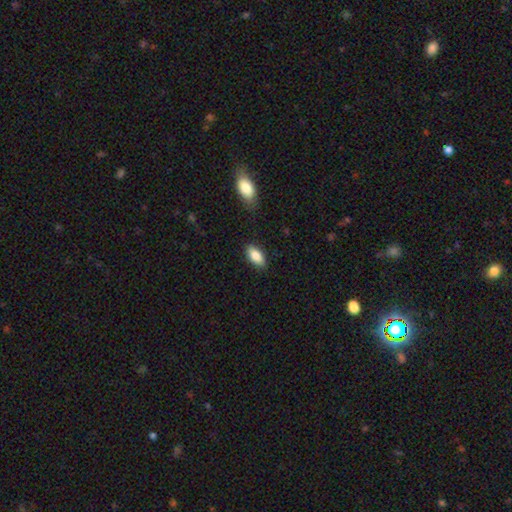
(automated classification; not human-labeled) smooth-or-featured: smooth: 85% | featured or disk: 8% | star or artifact: 7%
  how-rounded: in between: 89% | cigar-shaped: 8% | round: 3%
  merging: none: 86% | minor disturbance: 10% | major disturbance: 2% | merger: 2%